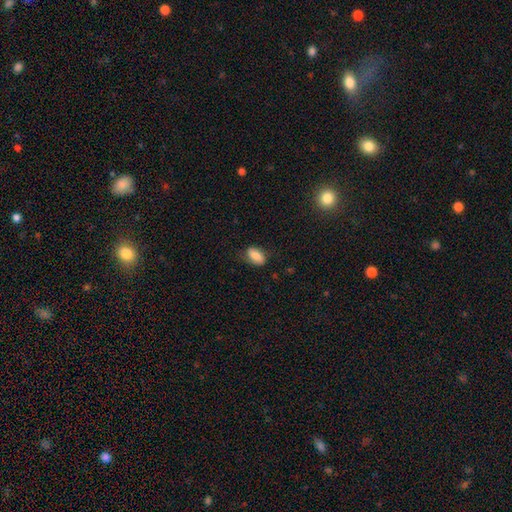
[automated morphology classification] Q: Smooth or featured?
A: smooth (77%); runner-up: featured or disk (16%)
Q: How rounded?
A: in between (89%); runner-up: round (7%)
Q: Merging?
A: none (68%); runner-up: minor disturbance (24%)